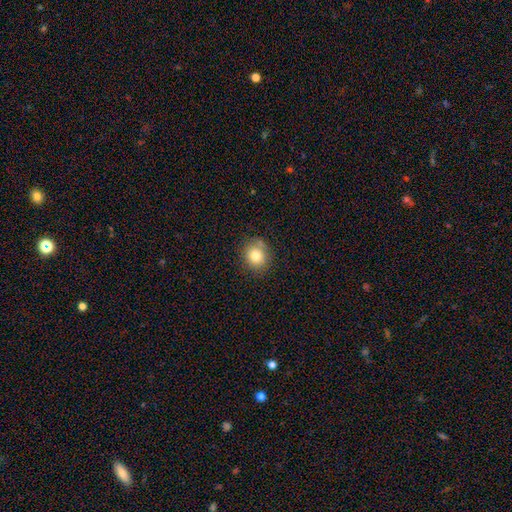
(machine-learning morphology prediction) smooth-or-featured: smooth: 80% | star or artifact: 11% | featured or disk: 9%
  how-rounded: round: 78% | in between: 21% | cigar-shaped: 1%
  merging: none: 79% | minor disturbance: 14% | merger: 4% | major disturbance: 3%